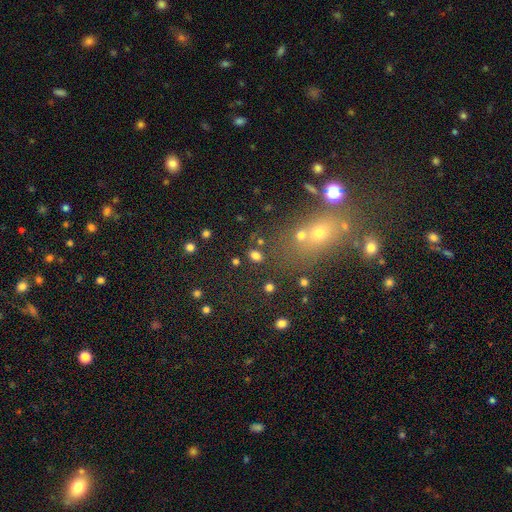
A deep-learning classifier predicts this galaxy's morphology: Overall: smooth (76%). How rounded: in between (71%). Merging: none (78%).